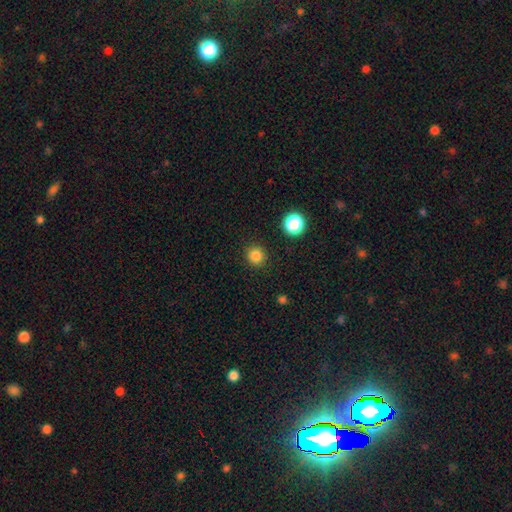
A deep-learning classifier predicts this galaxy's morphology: Smooth or featured? Predicted: smooth (p=0.83). How rounded? Predicted: round (p=0.92). Merging? Predicted: none (p=0.90).